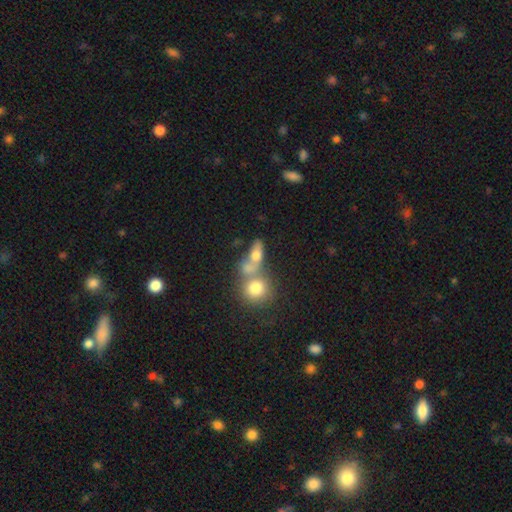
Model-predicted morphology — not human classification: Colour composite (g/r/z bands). It shows a smooth galaxy with no disk features (67%) that is in between round and cigar-shaped (60%). Merging: merger (51%).